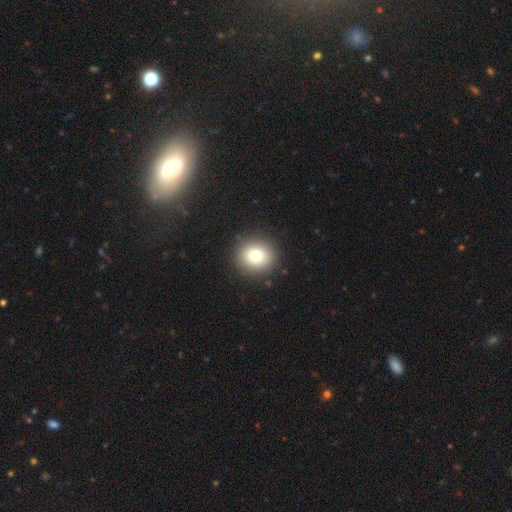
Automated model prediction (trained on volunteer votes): This appears to be a smooth galaxy with no disk features (76%) that is round (88%). Merging: none (91%).